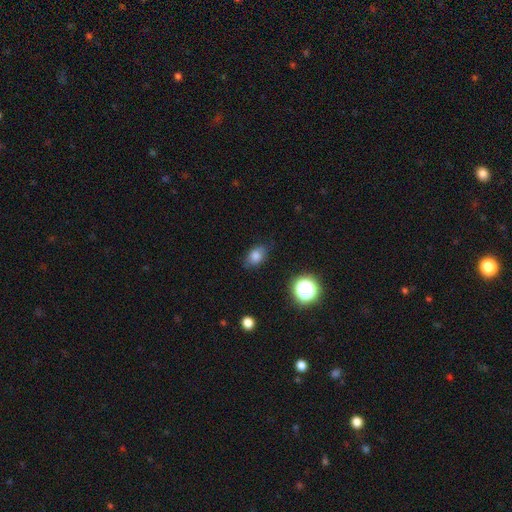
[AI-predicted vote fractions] Morphology: type=smooth (79%); roundness=in between (78%); merging=none (77%).